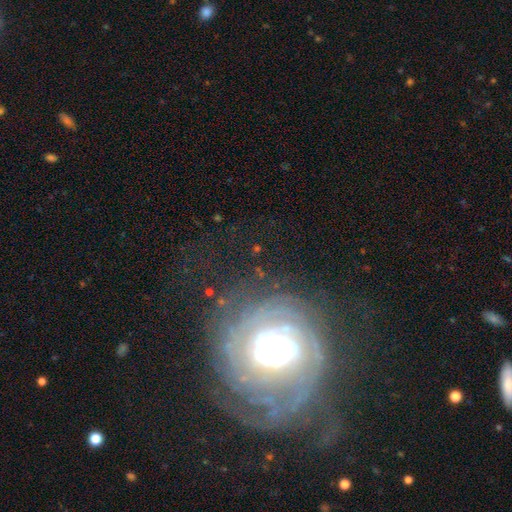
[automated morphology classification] Smooth or featured? featured or disk (72%)
Edge-on disk? no (96%)
Bar? no (67%)
Spiral arms? yes (81%)
Spiral winding? tight (70%)
Spiral arm count? can't tell (41%)
Bulge size? large (43%)
Merging? none (64%)